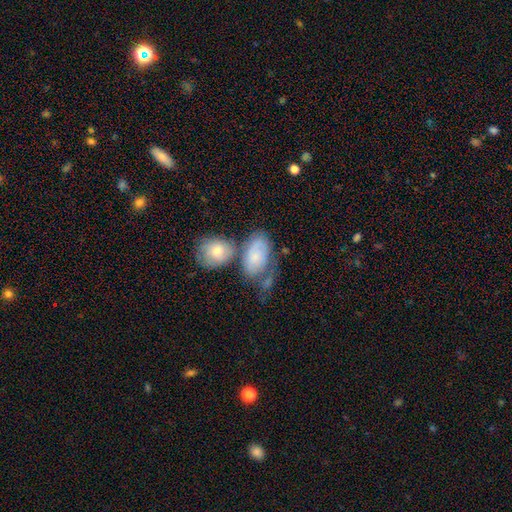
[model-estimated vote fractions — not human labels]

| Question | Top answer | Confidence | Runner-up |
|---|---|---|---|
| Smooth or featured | smooth | 64% | featured or disk (29%) |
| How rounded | in between | 88% | round (10%) |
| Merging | none | 38% | merger (31%) |